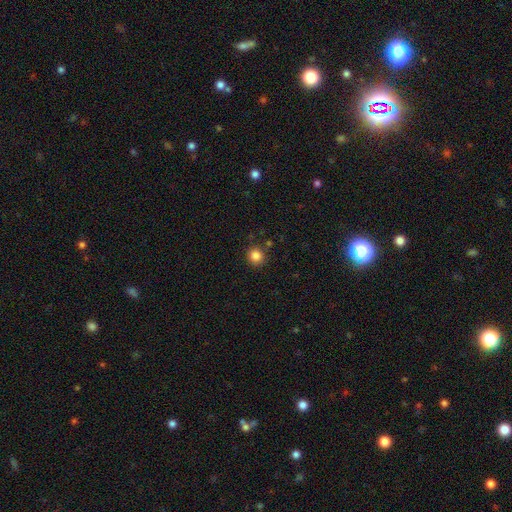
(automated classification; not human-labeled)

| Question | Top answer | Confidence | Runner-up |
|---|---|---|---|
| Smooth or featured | smooth | 85% | star or artifact (11%) |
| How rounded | round | 93% | in between (6%) |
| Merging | none | 89% | minor disturbance (7%) |